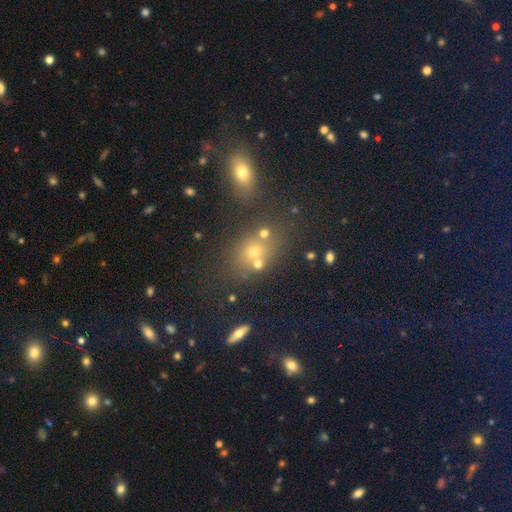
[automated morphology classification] smooth_or_featured: smooth (p=0.58) [alt: star or artifact p=0.25]
how_rounded: in between (p=0.50) [alt: round p=0.47]
merging: none (p=0.56) [alt: merger p=0.27]